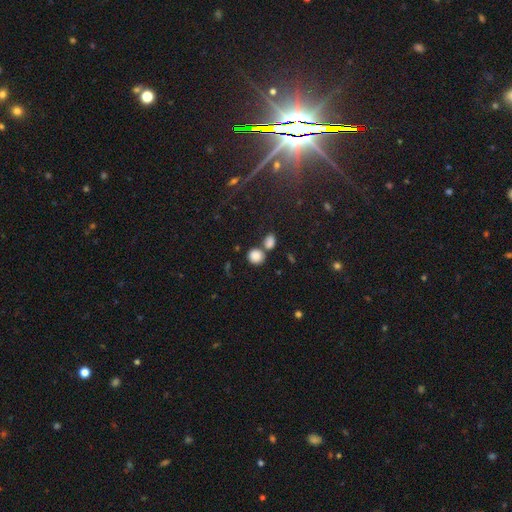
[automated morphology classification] smooth-or-featured: smooth: 84% | star or artifact: 10% | featured or disk: 5%
  how-rounded: round: 78% | in between: 21% | cigar-shaped: 1%
  merging: none: 55% | merger: 31% | minor disturbance: 10% | major disturbance: 4%